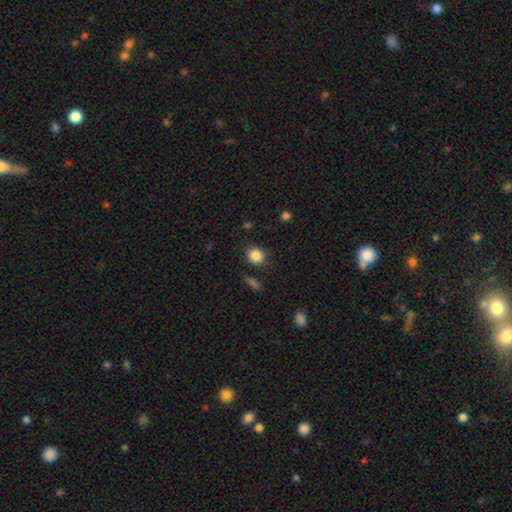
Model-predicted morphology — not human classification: smooth-or-featured: smooth: 85% | star or artifact: 10% | featured or disk: 4%
  how-rounded: round: 72% | in between: 27% | cigar-shaped: 1%
  merging: none: 82% | minor disturbance: 12% | major disturbance: 4% | merger: 3%